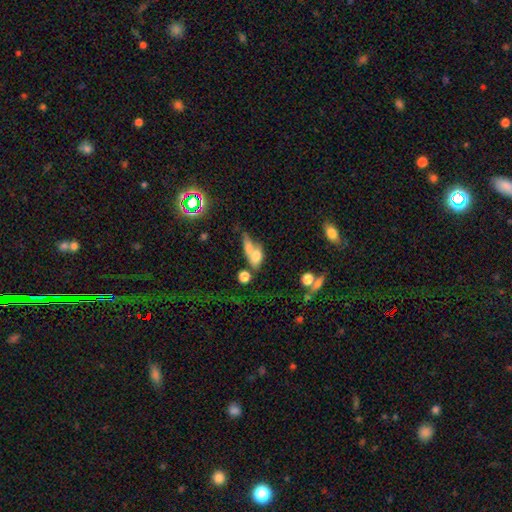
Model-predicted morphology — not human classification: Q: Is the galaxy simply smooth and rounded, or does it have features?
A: smooth — 67%.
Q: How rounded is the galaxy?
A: in between — 69%.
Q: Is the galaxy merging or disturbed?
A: merger — 52%.